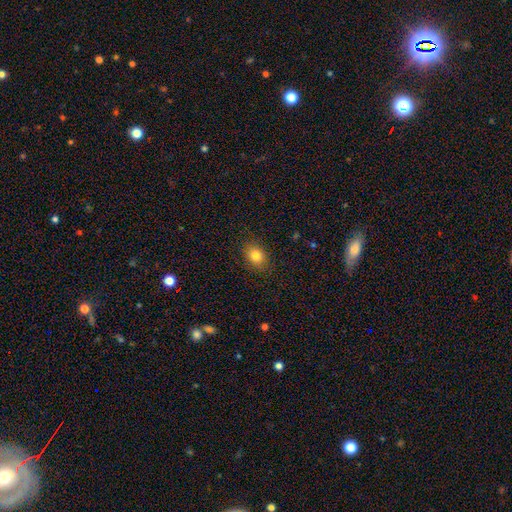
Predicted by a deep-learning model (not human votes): Smooth or featured? smooth (82%)
How rounded? in between (62%)
Merging? none (87%)